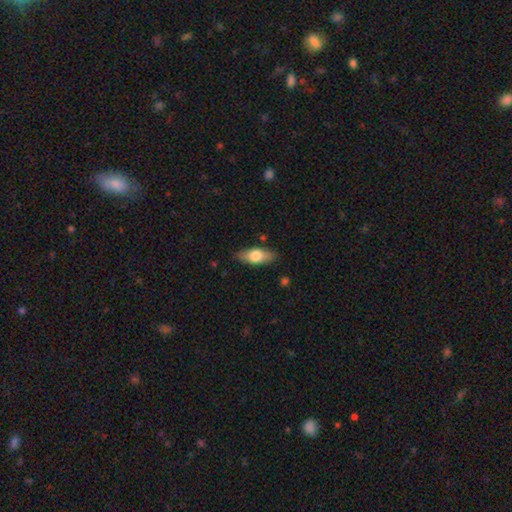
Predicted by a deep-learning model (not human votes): Smooth or featured: smooth — 68% (featured or disk — 26%)
How rounded: in between — 80% (cigar-shaped — 17%)
Merging: none — 84% (minor disturbance — 12%)